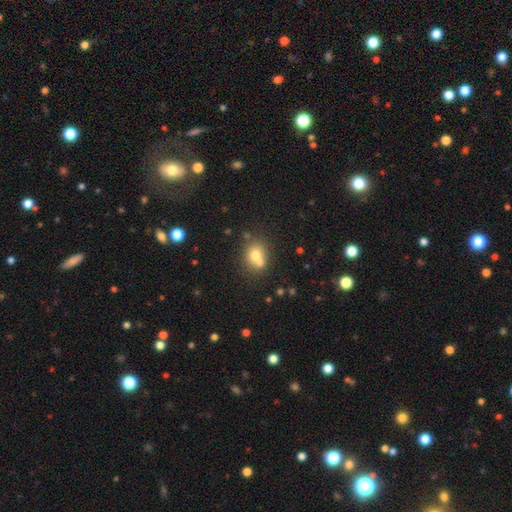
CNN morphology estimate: Overall: smooth (68%). How rounded: round (66%; in between 33%). Merging: merger (45%; none 41%).